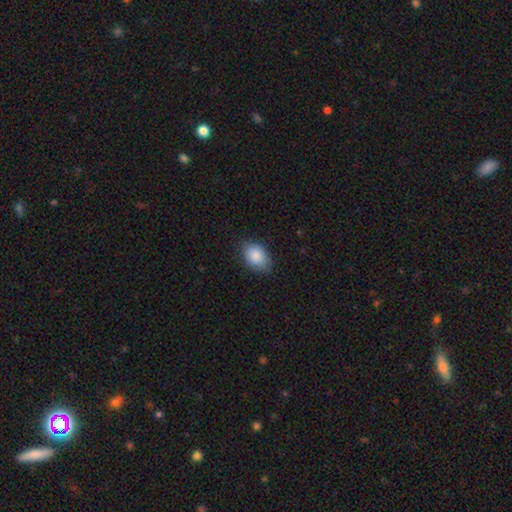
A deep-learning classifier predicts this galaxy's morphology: type=smooth (87%); roundness=in between (81%); merging=none (80%).